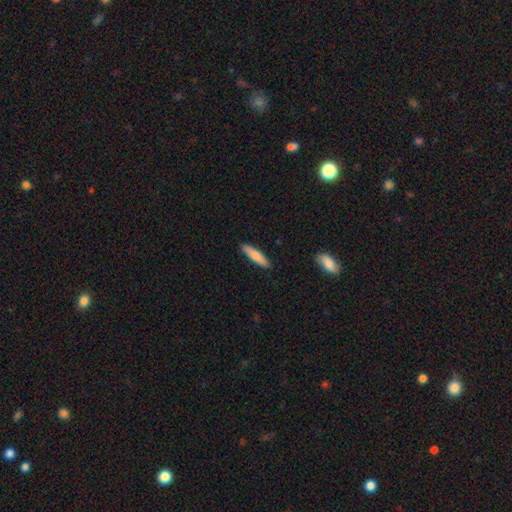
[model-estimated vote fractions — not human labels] A smooth galaxy with no disk features (76%) that is cigar-shaped (80%). Merging: none (90%).